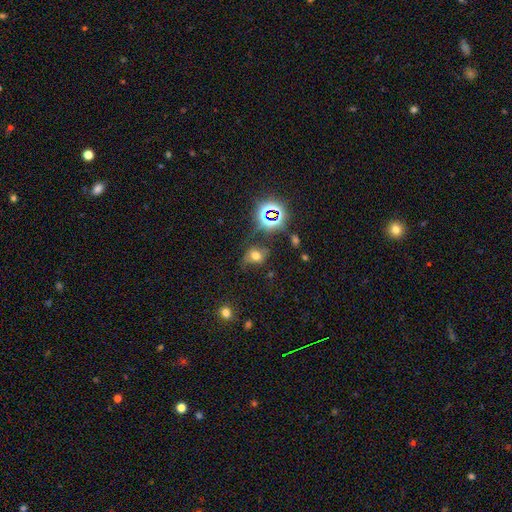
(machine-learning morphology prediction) This is possibly a smooth galaxy (54%). How rounded: possibly in between (55%). Merging: possibly none (57%).